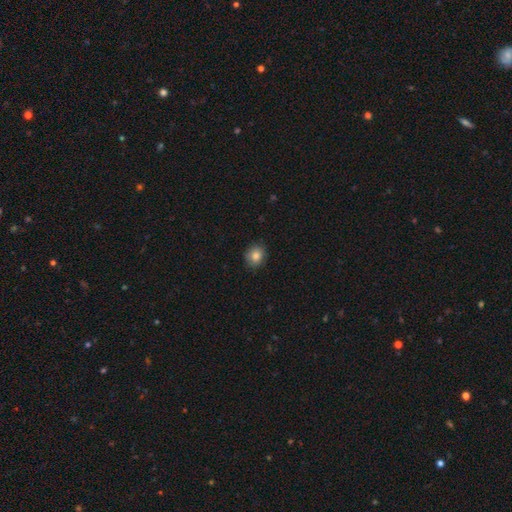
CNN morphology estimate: Smooth or featured? smooth (83%)
How rounded? round (70%)
Merging? none (87%)